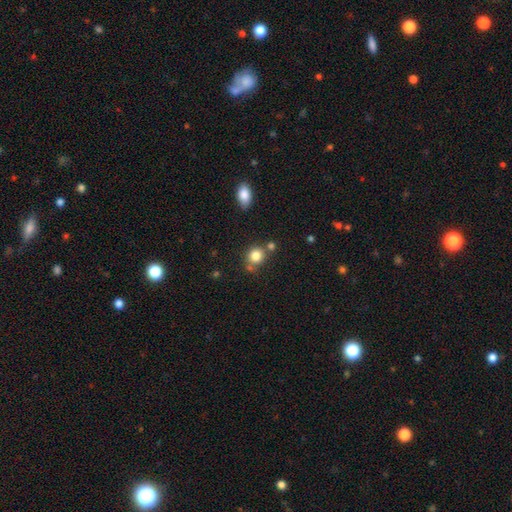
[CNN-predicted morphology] A smooth galaxy with no disk features (82%) that is round (83%).

Vote fractions:
- Smooth or featured? smooth: 82% / star or artifact: 11% / featured or disk: 7%
- How rounded? round: 83% / in between: 16% / cigar-shaped: 1%
- Merging? none: 67% / merger: 17% / minor disturbance: 12% / major disturbance: 4%